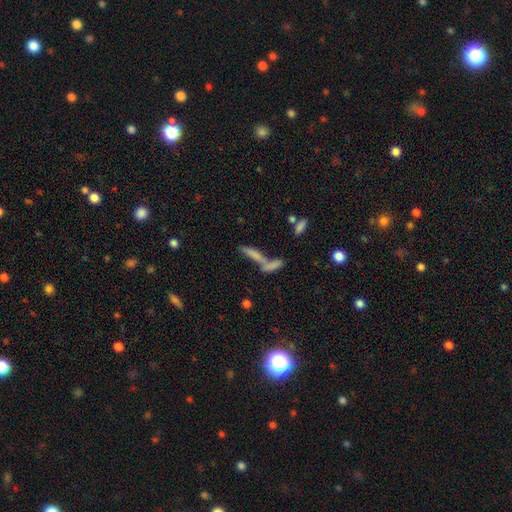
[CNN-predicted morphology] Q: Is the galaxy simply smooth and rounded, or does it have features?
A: smooth — 61%.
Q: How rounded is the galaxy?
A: cigar-shaped — 75%.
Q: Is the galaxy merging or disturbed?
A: merger — 55%.